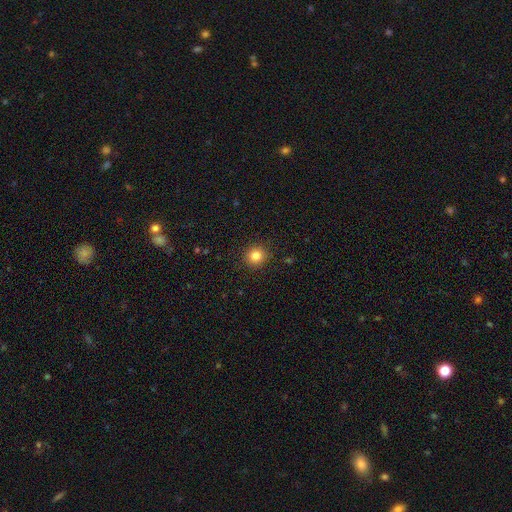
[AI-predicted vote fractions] A smooth galaxy with no disk features (83%) that is round (91%). Merging: none (90%).